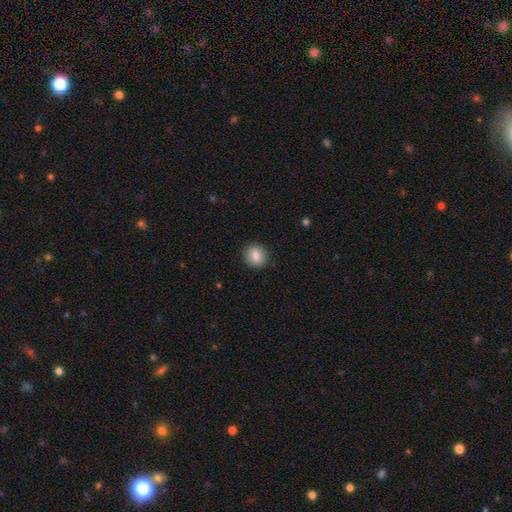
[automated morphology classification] smooth 86%, star or artifact 8%, featured or disk 6%. Down the decision tree: how rounded — round (76%); merging — none (89%).